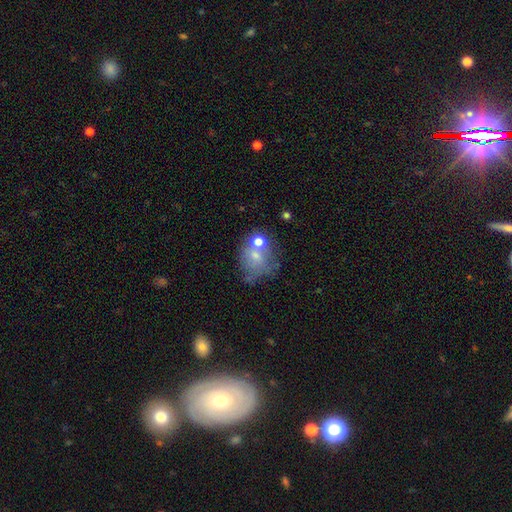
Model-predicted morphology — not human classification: smooth_or_featured: smooth (p=0.59) [alt: featured or disk p=0.27]
how_rounded: round (p=0.61) [alt: in between p=0.38]
merging: none (p=0.39) [alt: merger p=0.28]